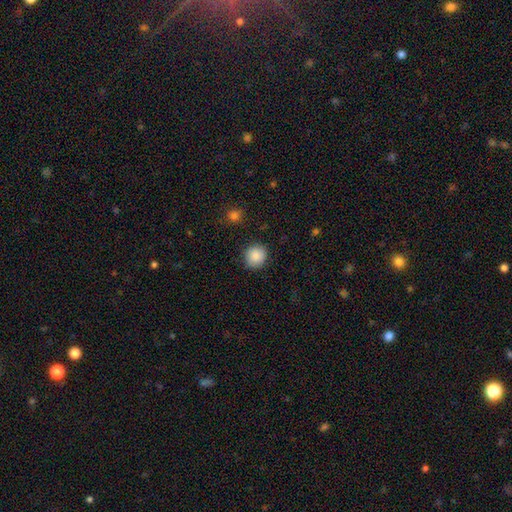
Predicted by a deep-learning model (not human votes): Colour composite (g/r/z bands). It shows a smooth galaxy with no disk features (88%) that is round (89%). Merging: none (89%).